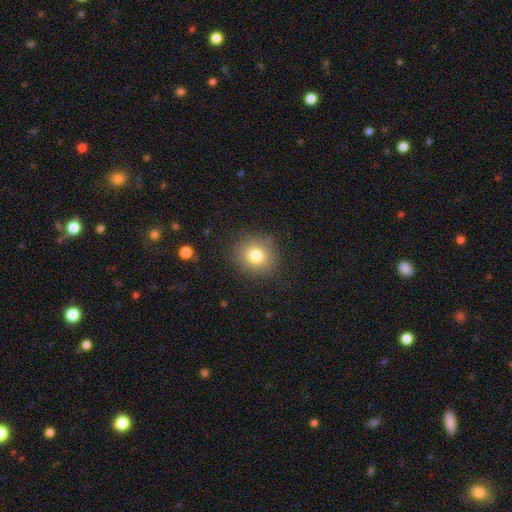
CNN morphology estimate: The model was most divided on "how rounded": round: 82%, in between: 17%, cigar-shaped: 1%. More confident: merging — none (85%); smooth or featured — smooth (78%).